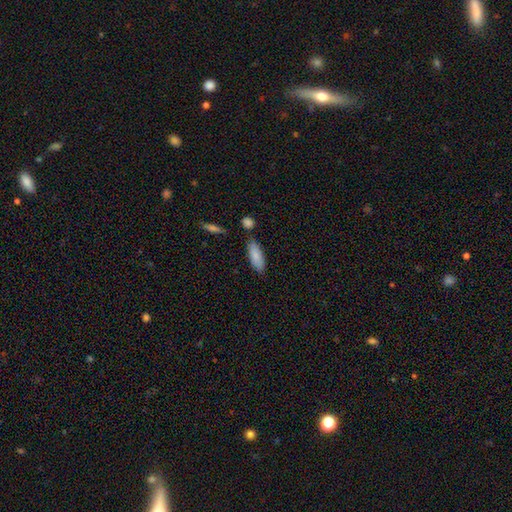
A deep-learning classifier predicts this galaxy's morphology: Smooth or featured? Predicted: smooth (p=0.84). How rounded? Predicted: in between (p=0.72). Merging? Predicted: none (p=0.75).